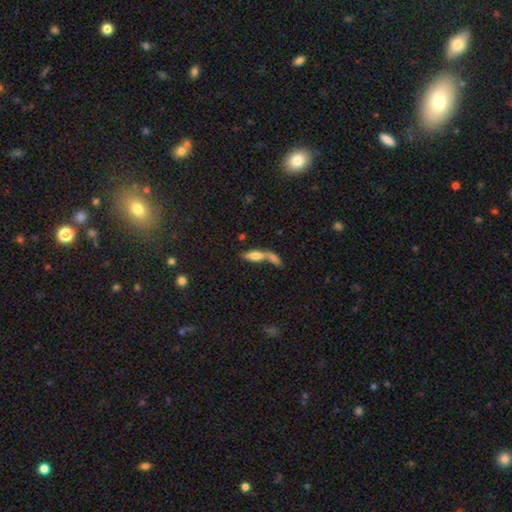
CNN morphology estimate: A smooth galaxy with no disk features (69%) that is in between round and cigar-shaped (56%).

Vote fractions:
- Smooth or featured? smooth: 69% / featured or disk: 21% / star or artifact: 9%
- How rounded? in between: 56% / cigar-shaped: 41% / round: 3%
- Merging? merger: 61% / none: 26% / minor disturbance: 8% / major disturbance: 5%